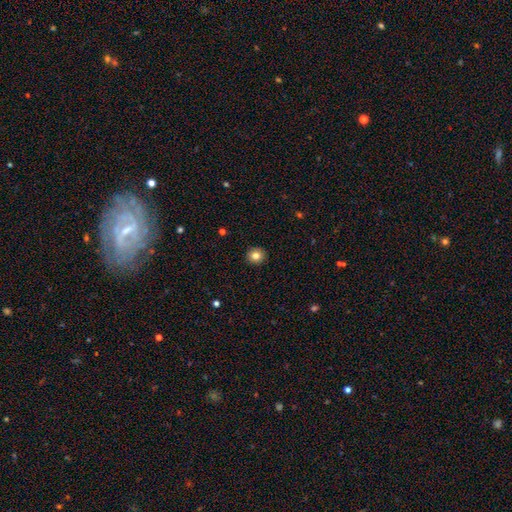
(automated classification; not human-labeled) Smooth or featured? Predicted: smooth (p=0.82). How rounded? Predicted: round (p=0.90). Merging? Predicted: none (p=0.92).